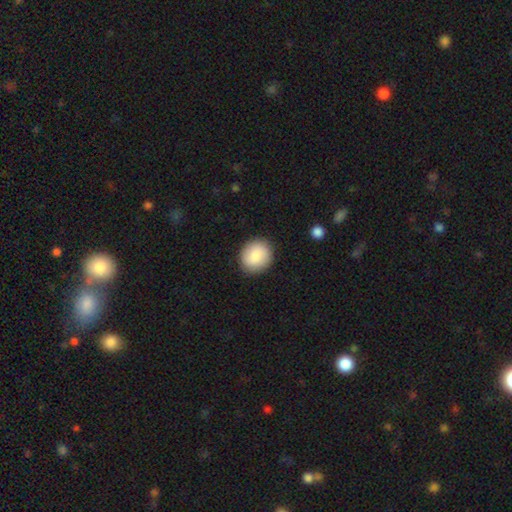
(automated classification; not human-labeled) The model was most divided on "how rounded": round: 73%, in between: 26%, cigar-shaped: 1%. More confident: merging — none (88%); smooth or featured — smooth (86%).